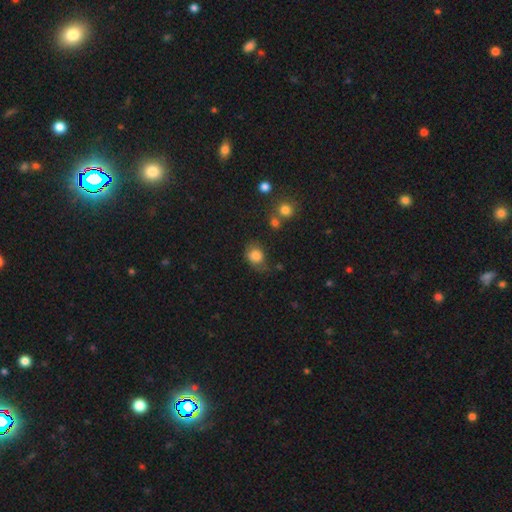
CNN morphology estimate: Smooth or featured?
  - smooth: 82% *
  - star or artifact: 10%
  - featured or disk: 8%
How rounded?
  - round: 57% *
  - in between: 42%
  - cigar-shaped: 1%
Merging?
  - none: 54% *
  - minor disturbance: 30%
  - major disturbance: 11%
  - merger: 4%